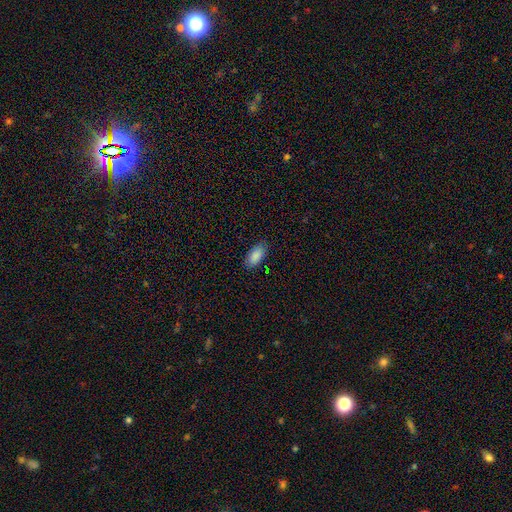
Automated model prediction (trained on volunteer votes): Smooth or featured? Predicted: smooth (p=0.89). How rounded? Predicted: in between (p=0.92). Merging? Predicted: none (p=0.87).